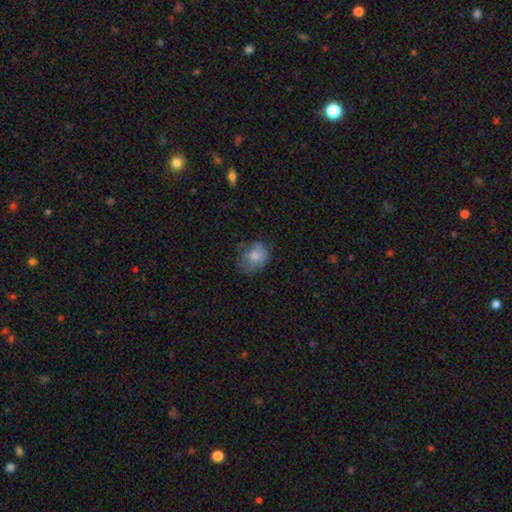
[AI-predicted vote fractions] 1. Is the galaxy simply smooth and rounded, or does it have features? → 73% smooth, 18% featured or disk, 9% star or artifact.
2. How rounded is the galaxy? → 58% in between, 41% round, 1% cigar-shaped.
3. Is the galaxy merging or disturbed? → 52% none, 30% minor disturbance, 15% major disturbance, 2% merger.